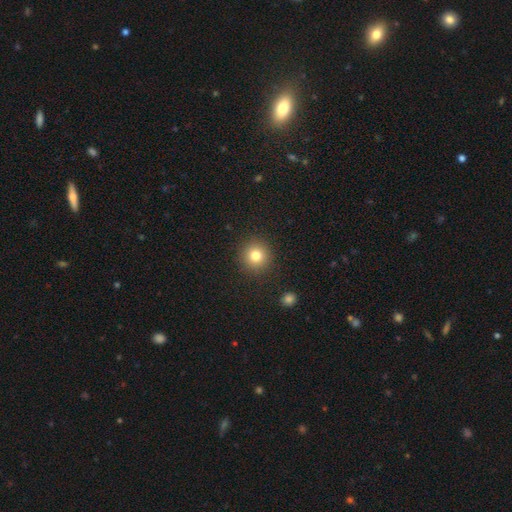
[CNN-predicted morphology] smooth-or-featured: smooth: 80% | star or artifact: 12% | featured or disk: 8%
  how-rounded: round: 94% | in between: 5% | cigar-shaped: 1%
  merging: none: 90% | minor disturbance: 6% | major disturbance: 2% | merger: 1%